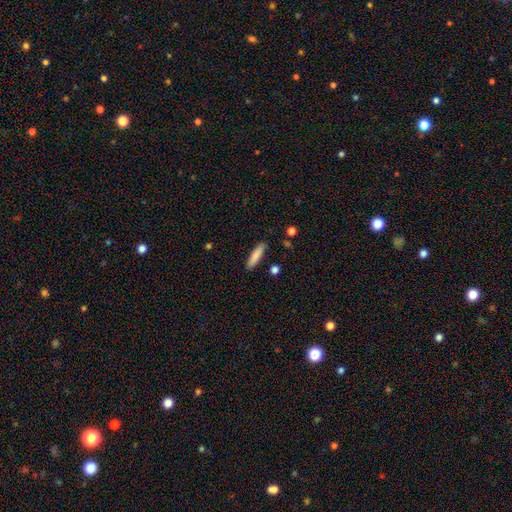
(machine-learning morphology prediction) Overall: smooth (85%). How rounded: cigar-shaped (78%). Merging: none (88%).